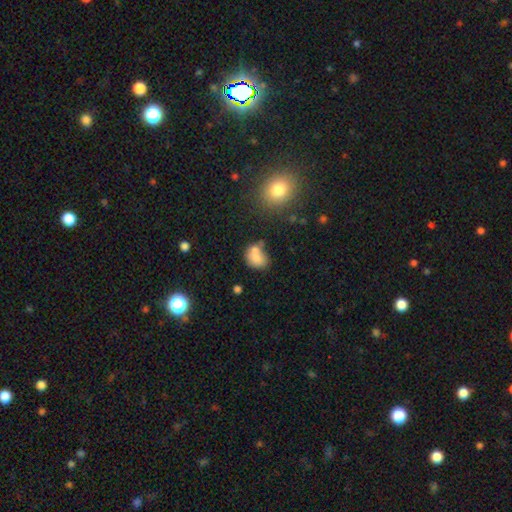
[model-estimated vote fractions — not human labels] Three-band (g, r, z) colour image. It shows a smooth galaxy with no disk features (76%) that is in between round and cigar-shaped (58%). Merging: merger (38%).